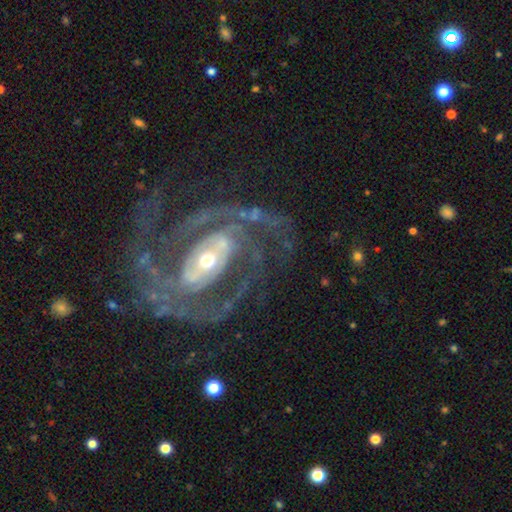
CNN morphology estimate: This appears to be a featured or disk galaxy (90%) with a strong bar (39%), 2 (67%) medium (48%) spiral arms (95%) and a small central bulge (54%). Merging: none (68%).